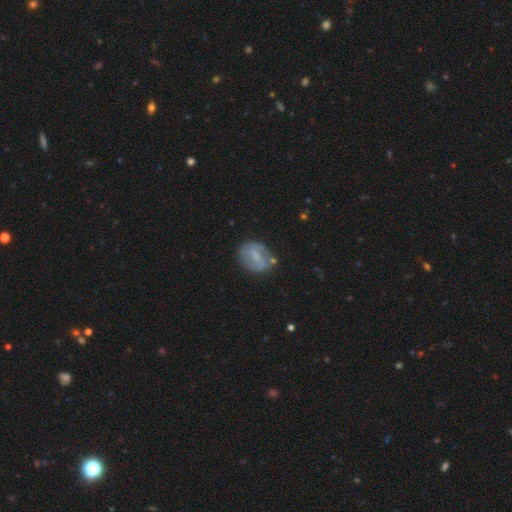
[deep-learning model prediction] This is possibly a featured or disk galaxy (48%). Merging: likely none (66%).